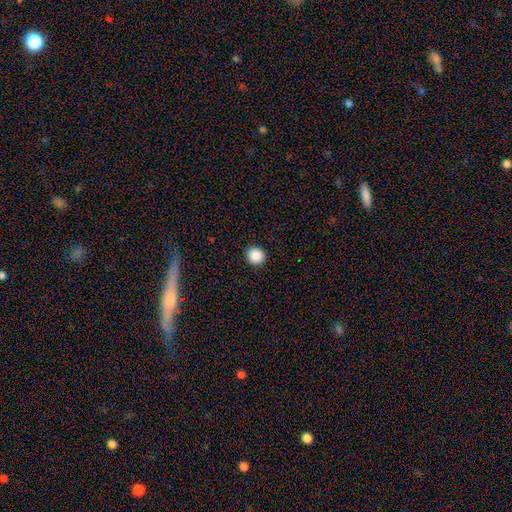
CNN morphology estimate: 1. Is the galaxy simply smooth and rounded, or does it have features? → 88% smooth, 9% star or artifact, 3% featured or disk.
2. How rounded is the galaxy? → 89% round, 10% in between, 1% cigar-shaped.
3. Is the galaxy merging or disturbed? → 92% none, 5% minor disturbance, 2% major disturbance, 1% merger.